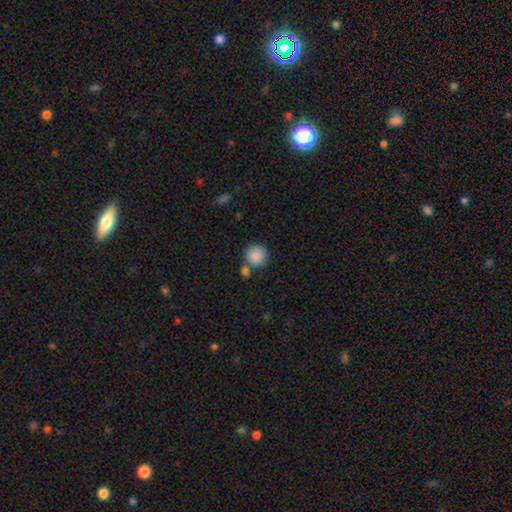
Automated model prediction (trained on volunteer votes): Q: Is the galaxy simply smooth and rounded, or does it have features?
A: smooth — 88%.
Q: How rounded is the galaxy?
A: round — 93%.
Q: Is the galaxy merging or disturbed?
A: none — 70%.